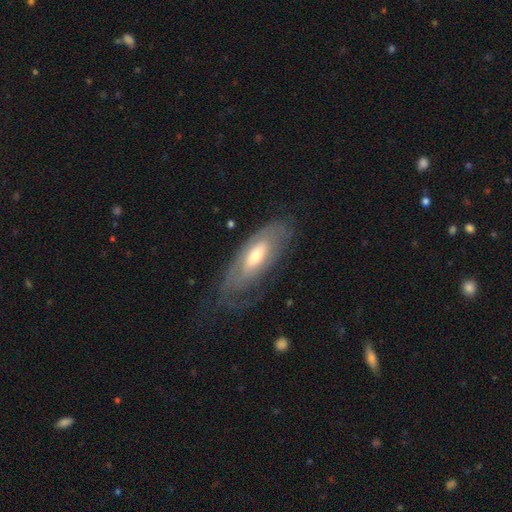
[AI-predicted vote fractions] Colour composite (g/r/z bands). It shows a featured or disk galaxy (61%). Merging: none (58%).